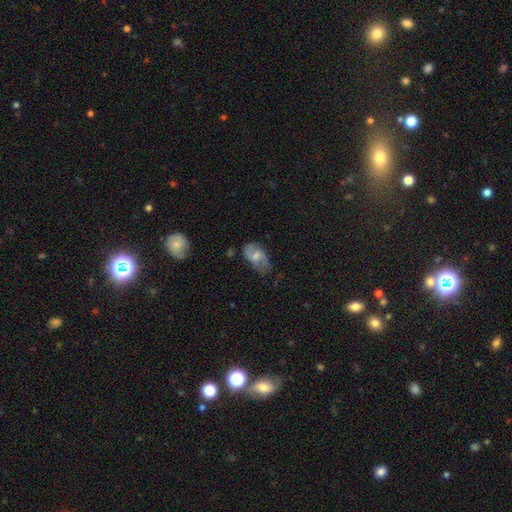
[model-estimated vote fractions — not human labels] This appears to be a featured or disk galaxy (50%). Merging: none (54%).